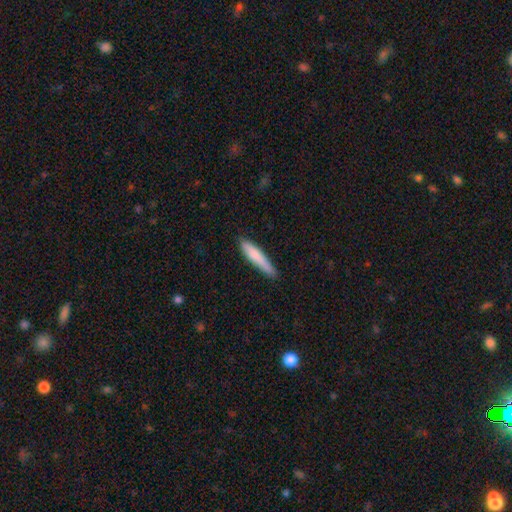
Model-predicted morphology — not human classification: Smooth or featured: smooth — 78% (featured or disk — 16%)
How rounded: cigar-shaped — 89% (in between — 10%)
Merging: none — 79% (minor disturbance — 17%)